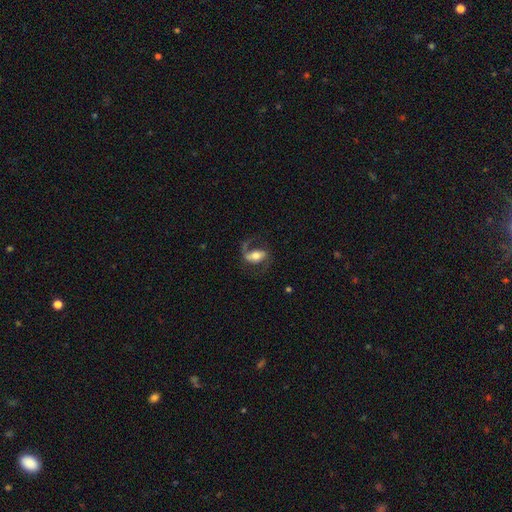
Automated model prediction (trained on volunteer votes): smooth-or-featured: featured or disk: 71% | smooth: 23% | star or artifact: 7%
  disk-edge-on: no: 93% | yes: 7%
    bar: strong: 42% | weak: 31% | no: 27%
    has-spiral-arms: yes: 88% | no: 12%
      spiral-winding: medium: 45% | loose: 42% | tight: 13%
      spiral-arm-count: 2: 79% | 1: 15% | can't tell: 4% | 3: 1% | 4: 1% | more than 4: 1%
    bulge-size: moderate: 61% | large: 18% | small: 17% | dominant: 3% | none: 2%
  merging: none: 62% | major disturbance: 20% | minor disturbance: 15% | merger: 3%